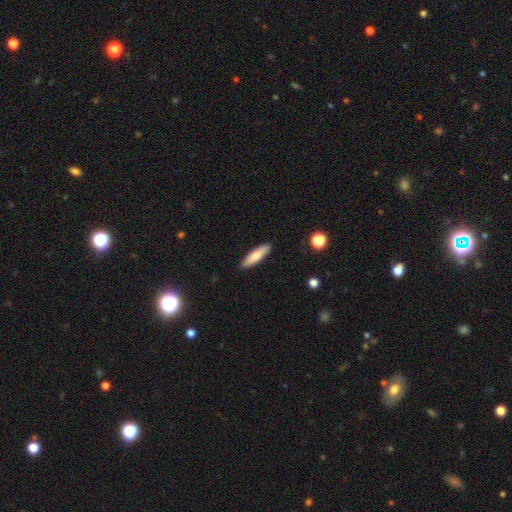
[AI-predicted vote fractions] A smooth galaxy with no disk features (77%) that is cigar-shaped (70%). Merging: none (89%).